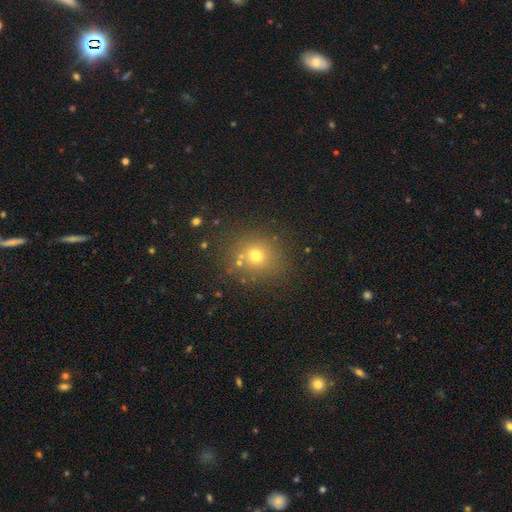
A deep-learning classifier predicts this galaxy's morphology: type=smooth (67%); roundness=round (82%); merging=none (78%).